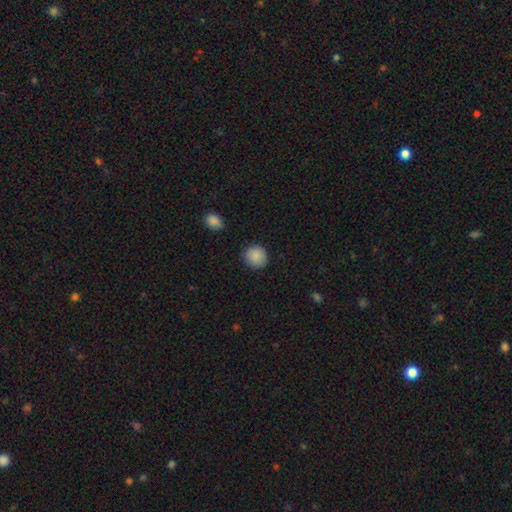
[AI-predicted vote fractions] Smooth or featured? smooth (88%)
How rounded? round (91%)
Merging? none (88%)